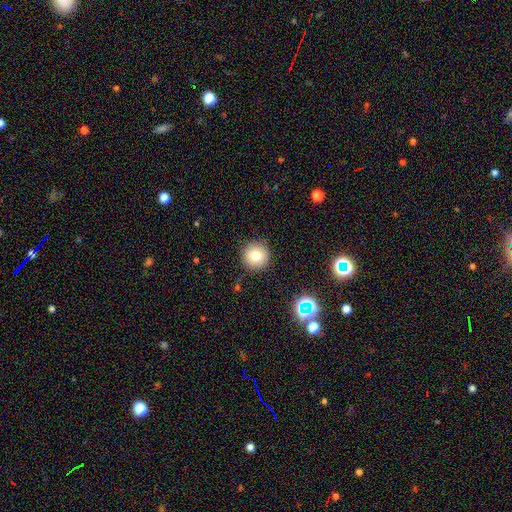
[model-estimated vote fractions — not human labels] Overall: smooth (78%). How rounded: round (96%). Merging: none (89%).